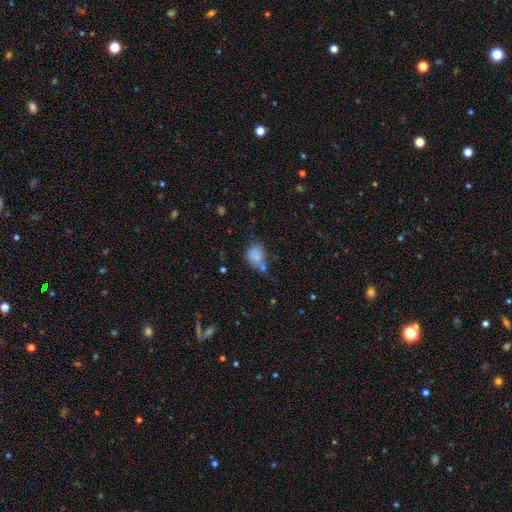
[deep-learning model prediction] smooth-or-featured: smooth: 78% | star or artifact: 11% | featured or disk: 10%
  how-rounded: in between: 53% | round: 46% | cigar-shaped: 1%
  merging: none: 43% | minor disturbance: 25% | merger: 21% | major disturbance: 11%